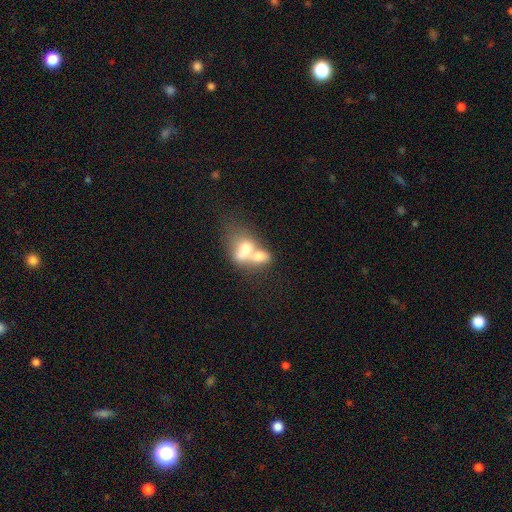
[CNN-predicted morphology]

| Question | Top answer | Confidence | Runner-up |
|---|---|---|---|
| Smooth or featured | smooth | 64% | featured or disk (27%) |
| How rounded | in between | 70% | round (27%) |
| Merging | merger | 77% | none (11%) |